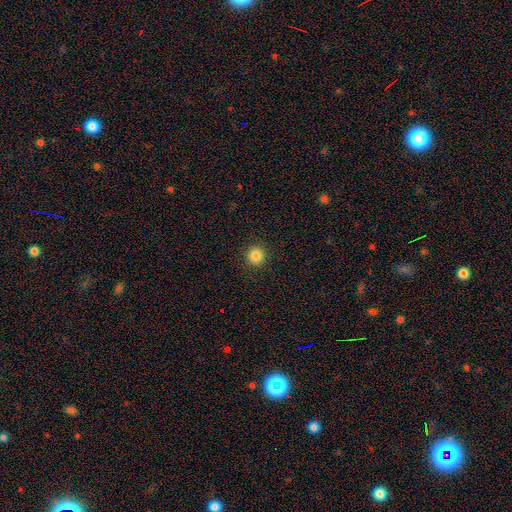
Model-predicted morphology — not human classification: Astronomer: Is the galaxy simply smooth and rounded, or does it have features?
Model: smooth — 84%.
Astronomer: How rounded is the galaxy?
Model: round — 95%.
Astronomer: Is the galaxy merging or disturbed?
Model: none — 93%.